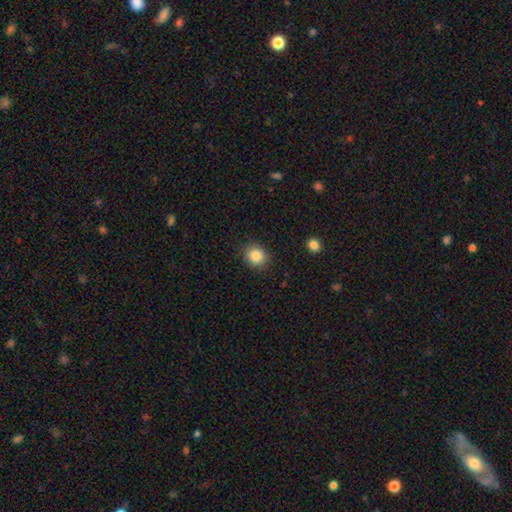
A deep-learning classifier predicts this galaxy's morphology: type=smooth (86%); roundness=round (78%); merging=none (87%).